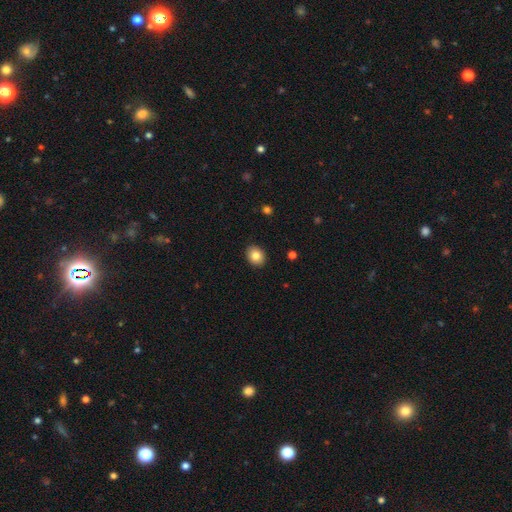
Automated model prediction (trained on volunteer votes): Smooth or featured? Predicted: smooth (p=0.84). How rounded? Predicted: round (p=0.50, tied with in between). Merging? Predicted: none (p=0.90).